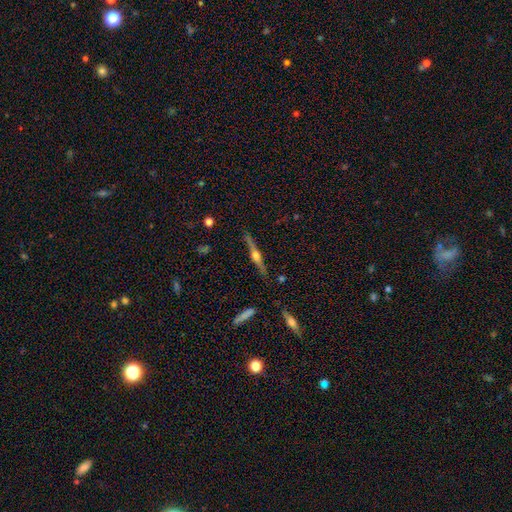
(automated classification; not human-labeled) This is likely a featured or disk galaxy (79%). It is clearly viewed edge-on (98%). Edge-on bulge: clearly rounded (91%). Merging: clearly none (88%).